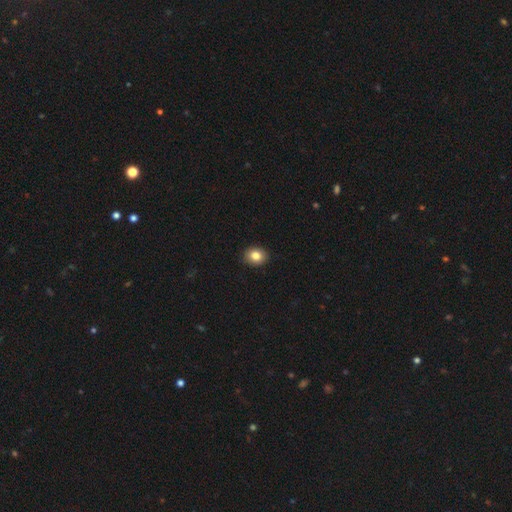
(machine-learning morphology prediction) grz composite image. It shows a smooth galaxy with no disk features (84%) that is round (56%). Merging: none (91%).